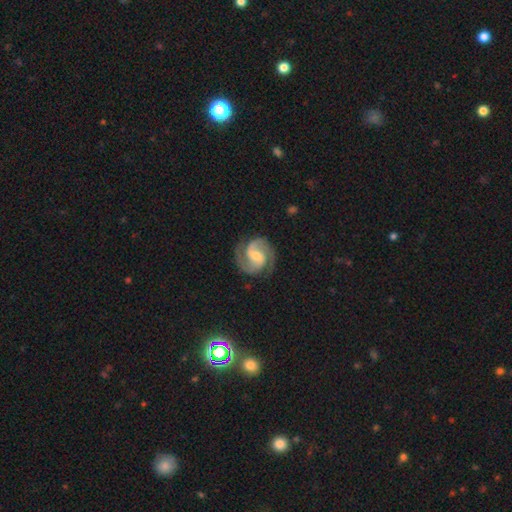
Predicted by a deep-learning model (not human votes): This appears to be a featured or disk galaxy (91%) with a weak bar (50%), 2 (91%) medium (55%) spiral arms (98%) and a moderate central bulge (53%). Merging: none (82%).